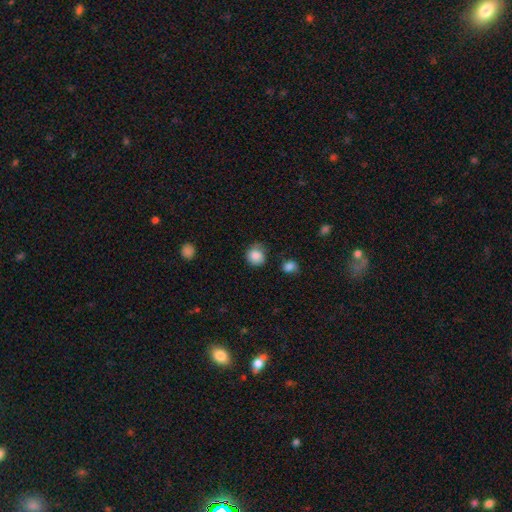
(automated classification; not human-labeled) This appears to be a smooth galaxy with no disk features (86%) that is round (85%). Merging: none (70%).